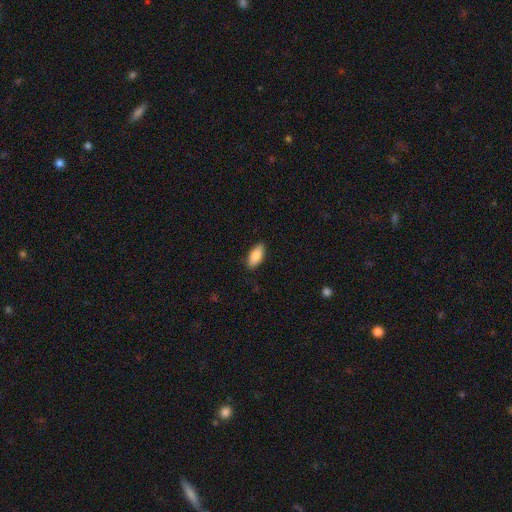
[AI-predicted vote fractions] Smooth or featured? smooth (86%)
How rounded? in between (87%)
Merging? none (87%)